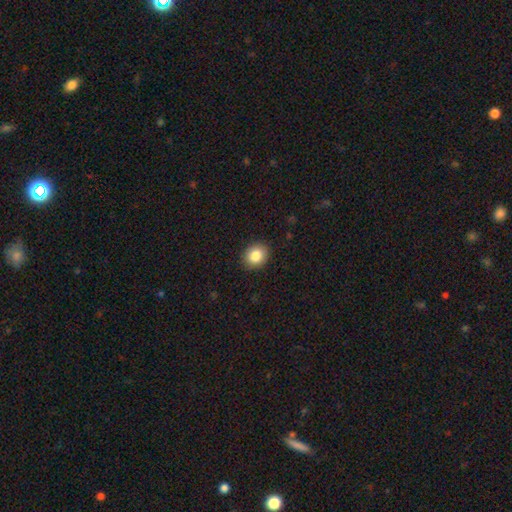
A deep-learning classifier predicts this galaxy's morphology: smooth 84%, star or artifact 9%, featured or disk 7%. Down the decision tree: how rounded — round (61%); merging — none (90%).